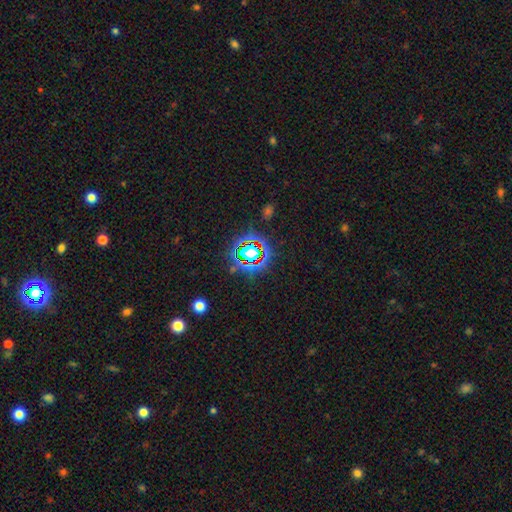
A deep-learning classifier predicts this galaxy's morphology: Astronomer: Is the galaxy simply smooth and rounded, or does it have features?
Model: star or artifact — 79%.